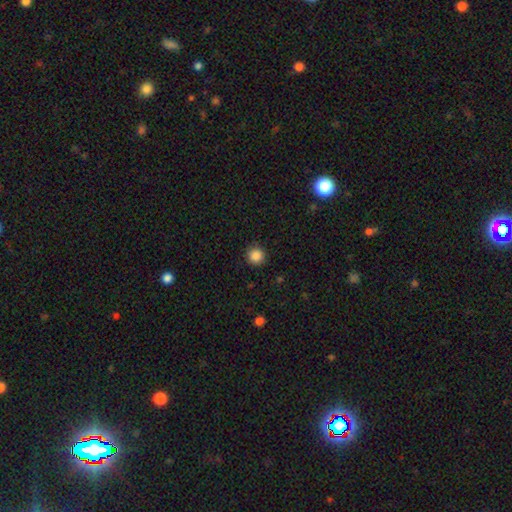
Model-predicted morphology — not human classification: This appears to be a smooth galaxy with no disk features (87%) that is round (95%). Merging: none (91%).